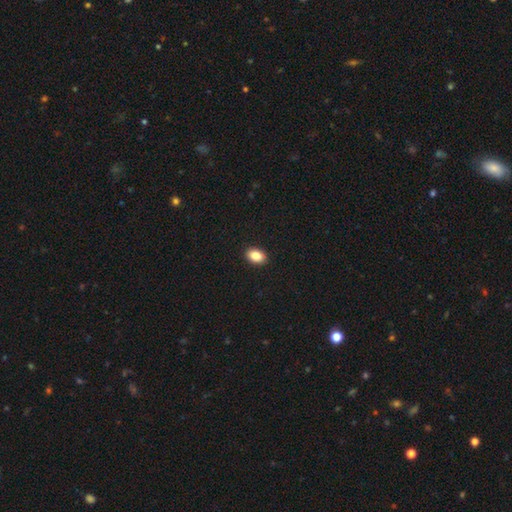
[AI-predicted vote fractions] smooth-or-featured: smooth: 86% | star or artifact: 8% | featured or disk: 6%
  how-rounded: in between: 84% | round: 14% | cigar-shaped: 1%
  merging: none: 92% | minor disturbance: 6% | major disturbance: 2% | merger: 1%